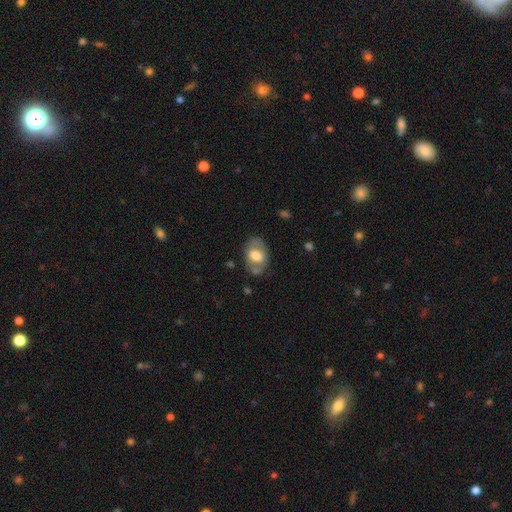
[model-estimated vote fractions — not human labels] Overall: smooth (53%; featured or disk 41%). How rounded: in between (84%). Merging: none (69%).